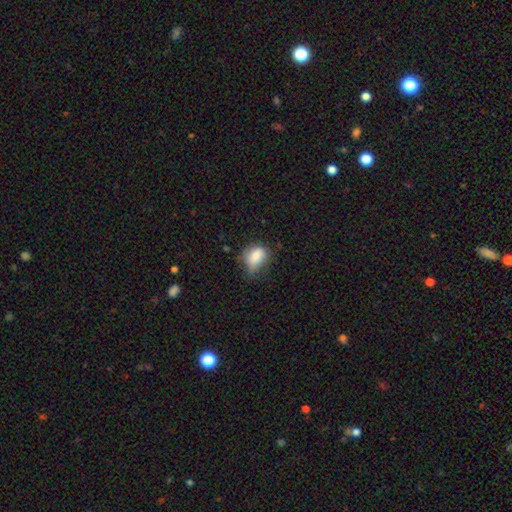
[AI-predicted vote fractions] Smooth or featured: smooth — 80% (featured or disk — 11%)
How rounded: in between — 71% (round — 27%)
Merging: none — 43% (minor disturbance — 40%)